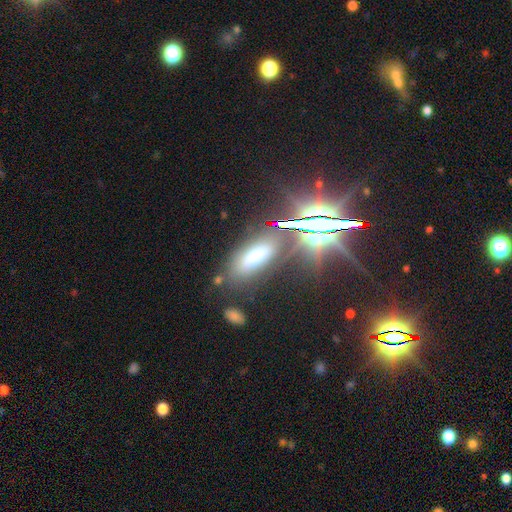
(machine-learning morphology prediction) A smooth galaxy with no disk features (54%) that is in between round and cigar-shaped (68%).

Vote fractions:
- Smooth or featured? smooth: 54% / star or artifact: 29% / featured or disk: 18%
- How rounded? in between: 68% / cigar-shaped: 28% / round: 4%
- Merging? none: 73% / minor disturbance: 15% / major disturbance: 7% / merger: 5%